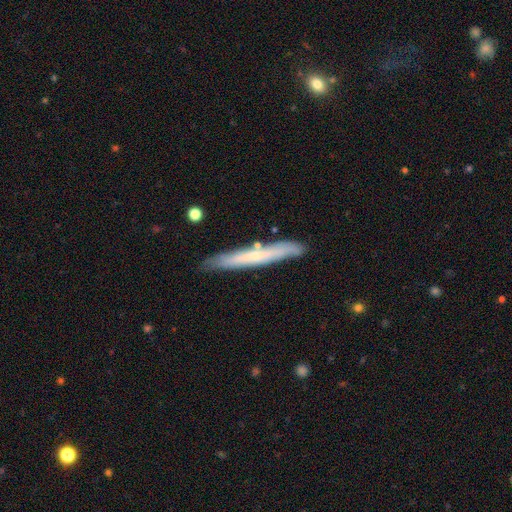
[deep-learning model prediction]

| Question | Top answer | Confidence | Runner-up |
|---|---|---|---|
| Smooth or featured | smooth | 48% | featured or disk (46%) |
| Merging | none | 81% | minor disturbance (13%) |